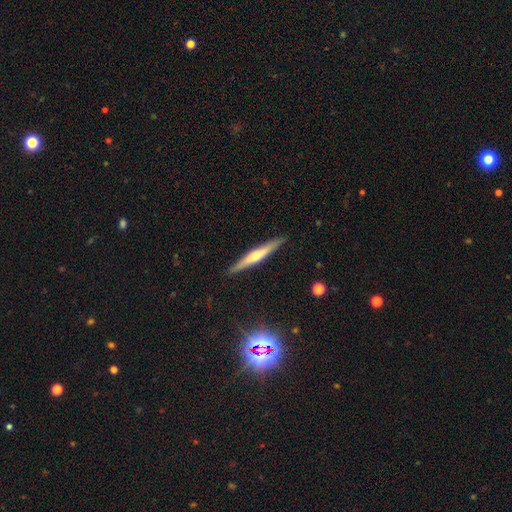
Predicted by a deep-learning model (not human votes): Smooth or featured?
  - featured or disk: 63% *
  - smooth: 30%
  - star or artifact: 8%
Edge-on disk?
  - yes: 96% *
  - no: 4%
Edge-on bulge?
  - rounded: 80% *
  - none: 15%
  - boxy: 5%
Merging?
  - none: 90% *
  - minor disturbance: 7%
  - major disturbance: 1%
  - merger: 1%